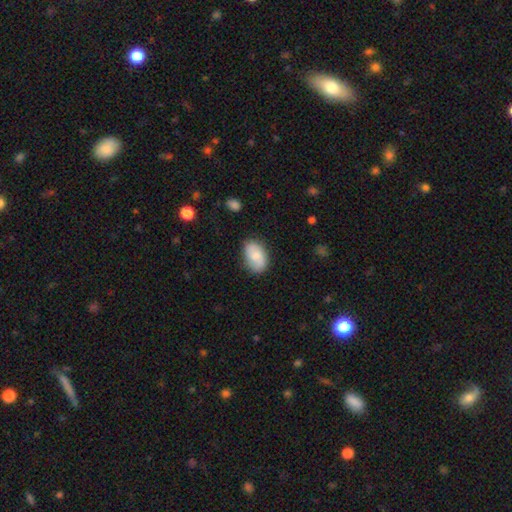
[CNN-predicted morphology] The model was most divided on "smooth or featured": smooth: 73%, featured or disk: 20%, star or artifact: 7%. More confident: how rounded — in between (90%); merging — none (75%).